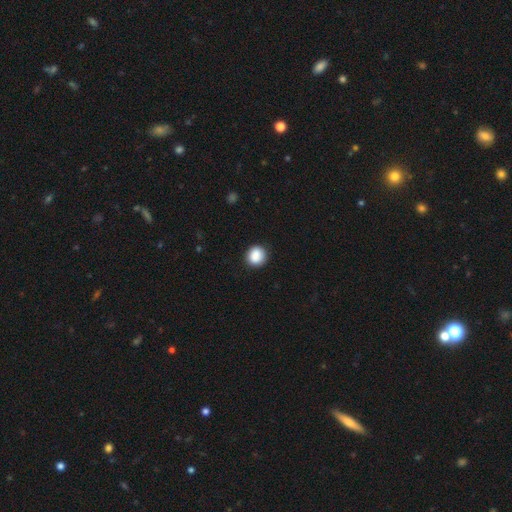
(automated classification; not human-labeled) The model was most divided on "how rounded": round: 84%, in between: 15%, cigar-shaped: 1%. More confident: smooth or featured — smooth (88%); merging — none (88%).